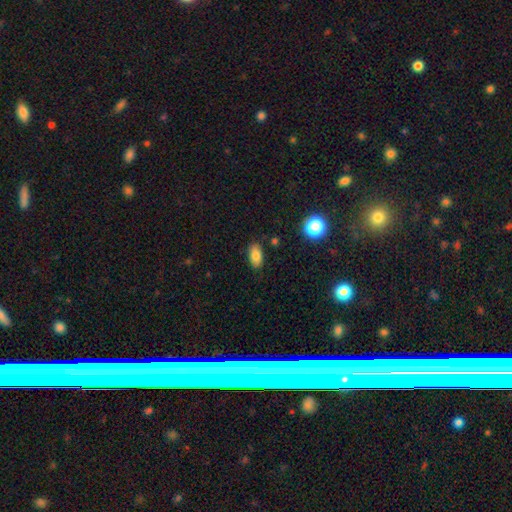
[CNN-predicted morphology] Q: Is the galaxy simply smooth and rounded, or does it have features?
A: smooth — 81%.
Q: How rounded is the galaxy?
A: in between — 90%.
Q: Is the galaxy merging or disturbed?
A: none — 85%.